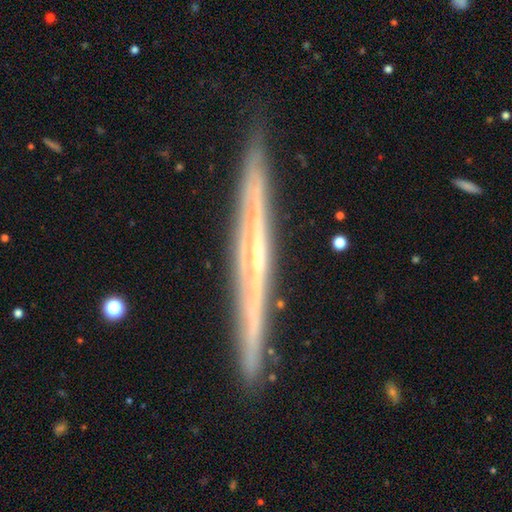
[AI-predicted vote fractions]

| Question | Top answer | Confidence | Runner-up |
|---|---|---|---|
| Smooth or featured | featured or disk | 80% | smooth (14%) |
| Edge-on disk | yes | 96% | no (4%) |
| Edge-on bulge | none | 66% | rounded (29%) |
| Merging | none | 89% | minor disturbance (8%) |